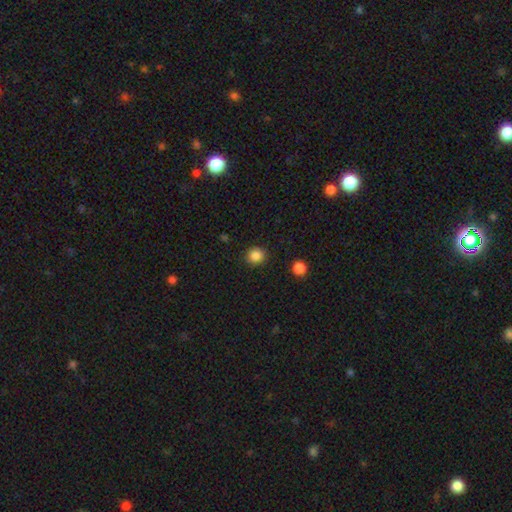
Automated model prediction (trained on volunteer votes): smooth_or_featured: smooth (p=0.86) [alt: star or artifact p=0.11]
how_rounded: round (p=0.88) [alt: in between p=0.12]
merging: none (p=0.89) [alt: minor disturbance p=0.07]